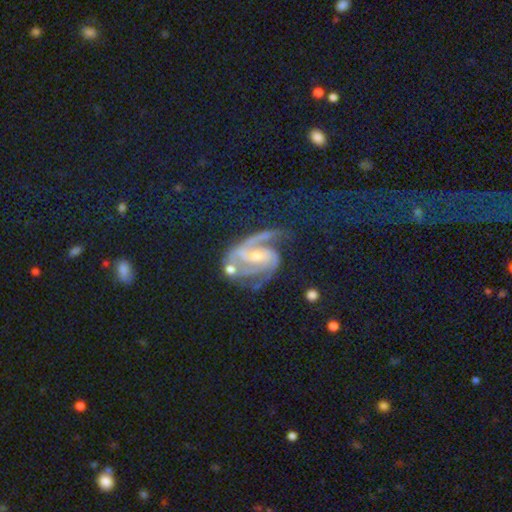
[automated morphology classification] Overall: featured or disk (81%). Edge-on disk: no (97%). Bar: no (46%; weak 35%). Spiral arms: yes (96%). Spiral arm count: 2 (49%; 3 22%). Spiral winding: medium (49%; tight 35%). Bulge size: small (61%; moderate 34%). Merging: none (49%; minor disturbance 23%).